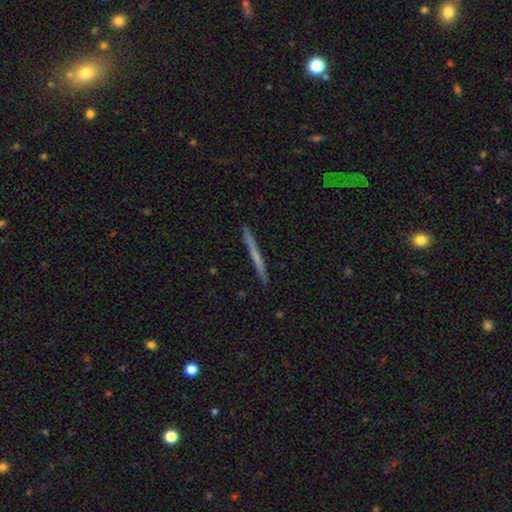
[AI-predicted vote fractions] This is possibly a featured or disk galaxy (51%). It is clearly viewed edge-on (97%). Merging: clearly none (91%).